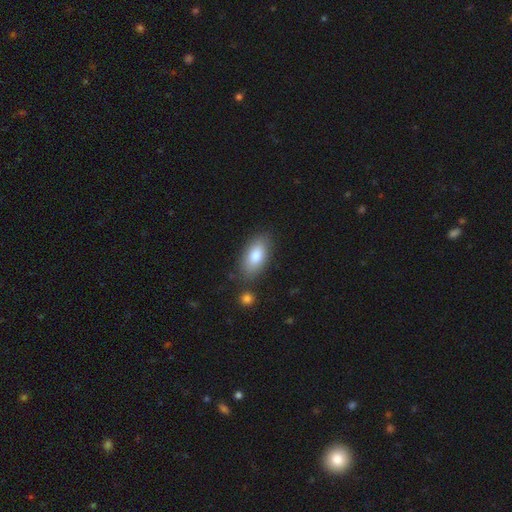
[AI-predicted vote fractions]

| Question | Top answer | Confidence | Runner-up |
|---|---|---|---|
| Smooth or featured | smooth | 81% | featured or disk (13%) |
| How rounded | in between | 92% | cigar-shaped (5%) |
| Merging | none | 80% | minor disturbance (12%) |